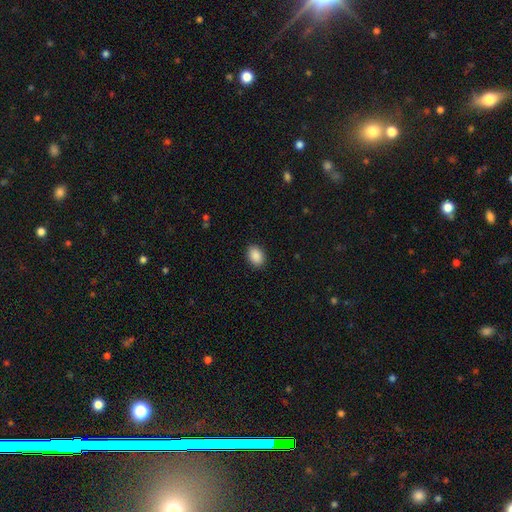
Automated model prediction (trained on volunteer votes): This appears to be a smooth galaxy with no disk features (90%) that is in between round and cigar-shaped (76%). Merging: none (90%).